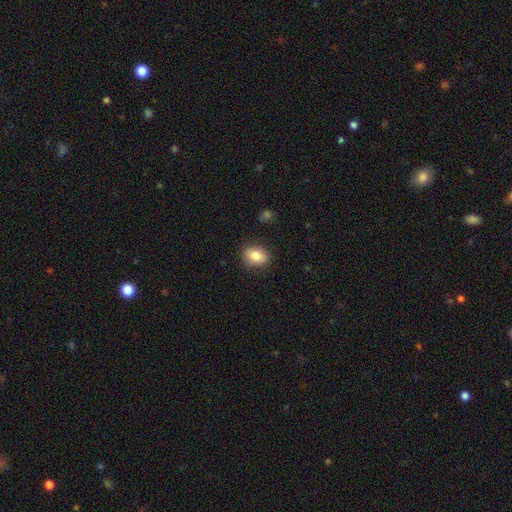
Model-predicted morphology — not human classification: A smooth galaxy with no disk features (83%) that is in between round and cigar-shaped (66%).

Vote fractions:
- Smooth or featured? smooth: 83% / featured or disk: 9% / star or artifact: 9%
- How rounded? in between: 66% / round: 33% / cigar-shaped: 1%
- Merging? none: 84% / minor disturbance: 12% / major disturbance: 3% / merger: 1%